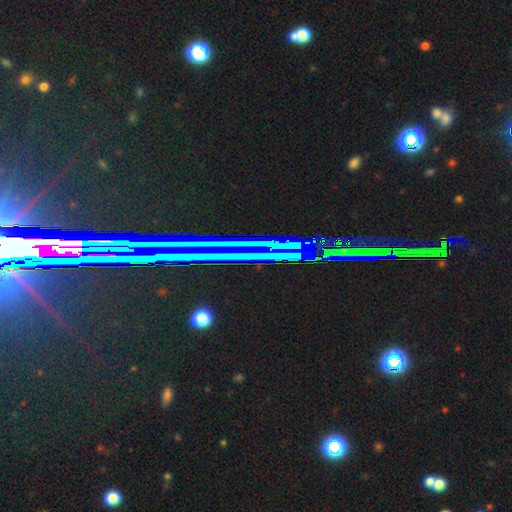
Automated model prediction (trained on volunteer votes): Smooth or featured? Predicted: star or artifact (p=0.81).